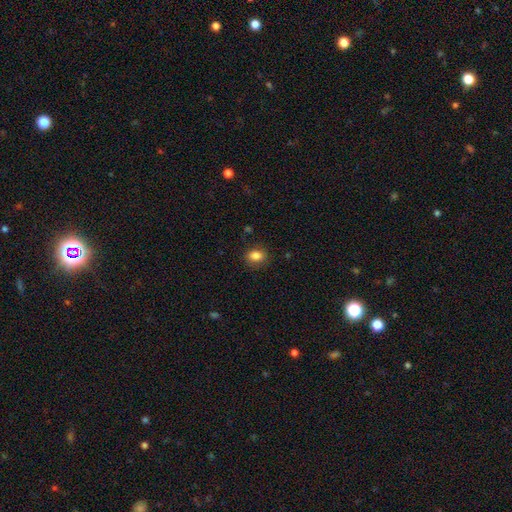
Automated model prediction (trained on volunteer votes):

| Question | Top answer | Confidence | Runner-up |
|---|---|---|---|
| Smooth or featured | smooth | 85% | star or artifact (10%) |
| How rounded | in between | 60% | round (38%) |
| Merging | none | 85% | minor disturbance (11%) |